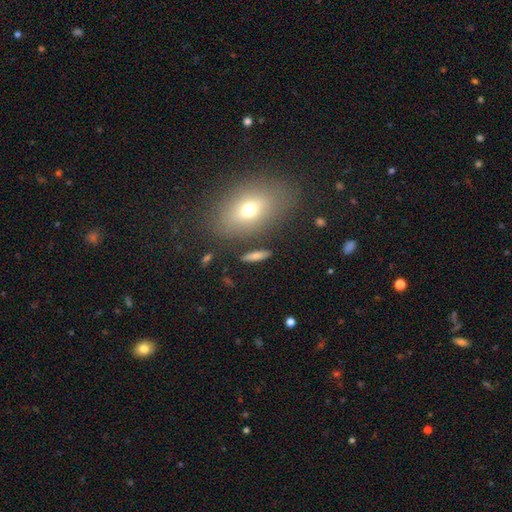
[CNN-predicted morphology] smooth 68%, featured or disk 22%, star or artifact 10%. Down the decision tree: how rounded — cigar-shaped (64%); merging — none (84%).